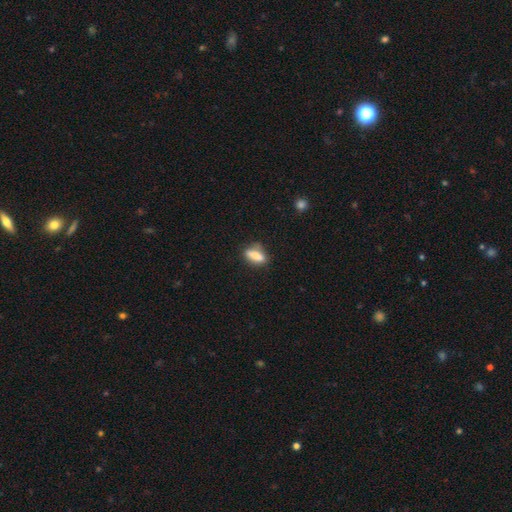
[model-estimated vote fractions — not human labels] Smooth or featured: smooth — 75% (featured or disk — 17%)
How rounded: in between — 52% (cigar-shaped — 42%)
Merging: none — 73% (minor disturbance — 18%)